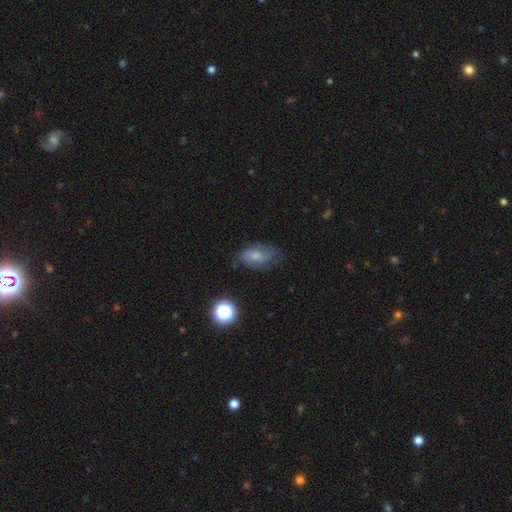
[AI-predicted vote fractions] A smooth galaxy with no disk features (56%) that is in between round and cigar-shaped (87%). Merging: none (57%).